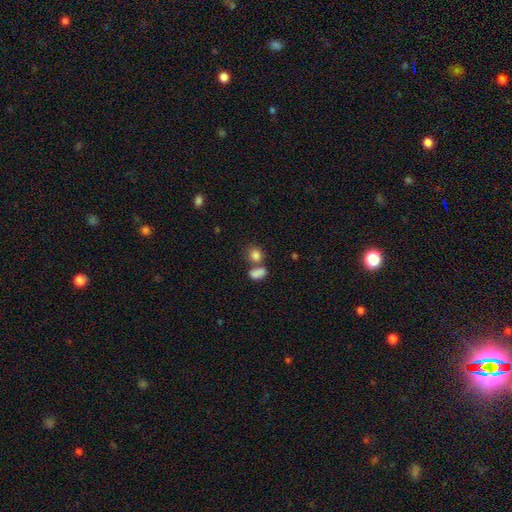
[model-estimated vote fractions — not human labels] Overall: smooth (84%). How rounded: round (62%; in between 36%). Merging: none (50%; merger 35%).